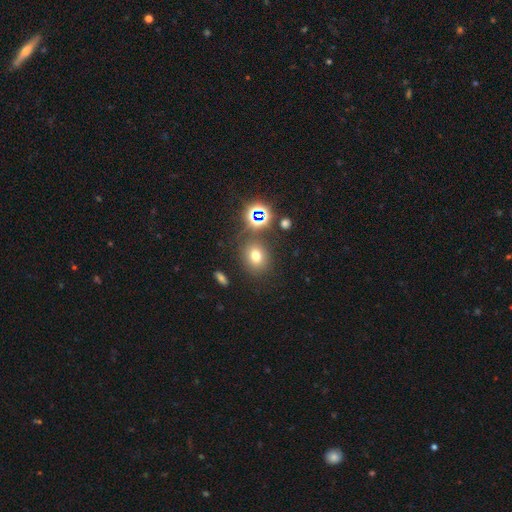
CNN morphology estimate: A smooth galaxy with no disk features (65%) that is round (64%).

Vote fractions:
- Smooth or featured? smooth: 65% / star or artifact: 25% / featured or disk: 11%
- How rounded? round: 64% / in between: 34% / cigar-shaped: 1%
- Merging? none: 80% / minor disturbance: 10% / merger: 6% / major disturbance: 4%